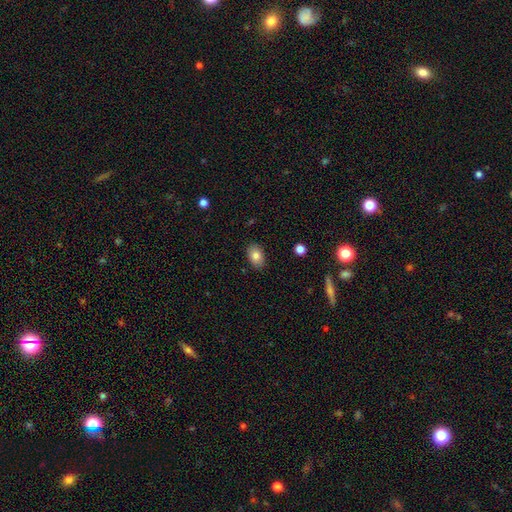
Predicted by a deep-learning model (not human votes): Smooth or featured? Predicted: smooth (p=0.83). How rounded? Predicted: in between (p=0.87). Merging? Predicted: none (p=0.87).